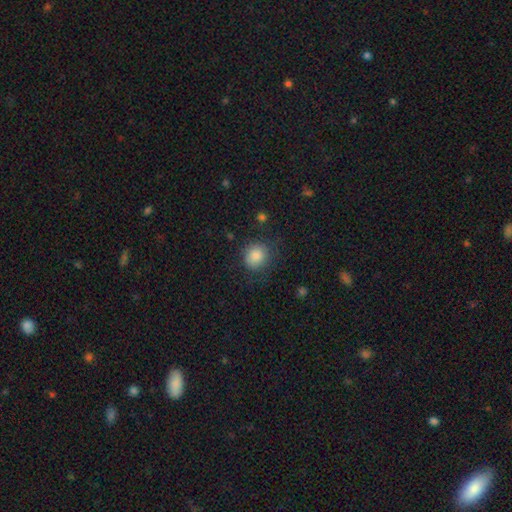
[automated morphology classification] A smooth galaxy with no disk features (85%) that is round (81%).

Vote fractions:
- Smooth or featured? smooth: 85% / star or artifact: 10% / featured or disk: 6%
- How rounded? round: 81% / in between: 18% / cigar-shaped: 1%
- Merging? none: 79% / minor disturbance: 15% / major disturbance: 5% / merger: 1%